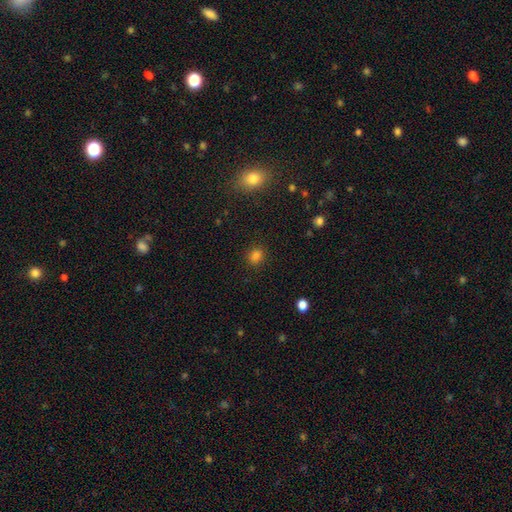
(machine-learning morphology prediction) The model was most divided on "how rounded": round: 56%, in between: 43%, cigar-shaped: 1%. More confident: merging — none (84%); smooth or featured — smooth (79%).